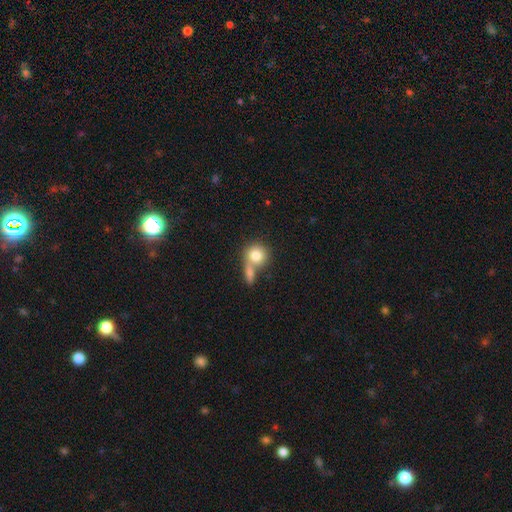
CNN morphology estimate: Smooth or featured? smooth (80%)
How rounded? round (84%)
Merging? merger (46%)